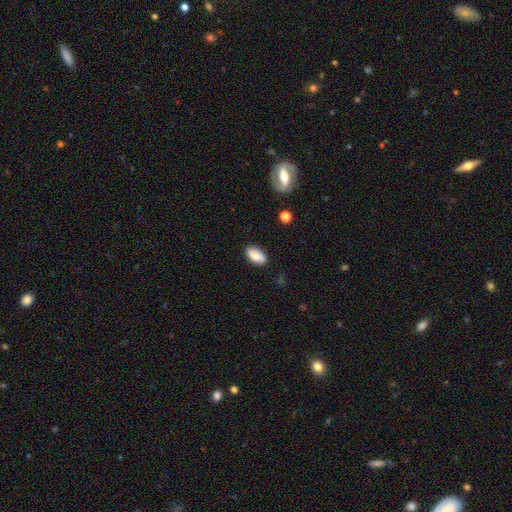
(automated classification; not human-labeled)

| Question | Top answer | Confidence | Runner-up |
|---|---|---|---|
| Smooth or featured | smooth | 86% | star or artifact (7%) |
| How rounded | in between | 93% | round (3%) |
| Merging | none | 83% | minor disturbance (13%) |